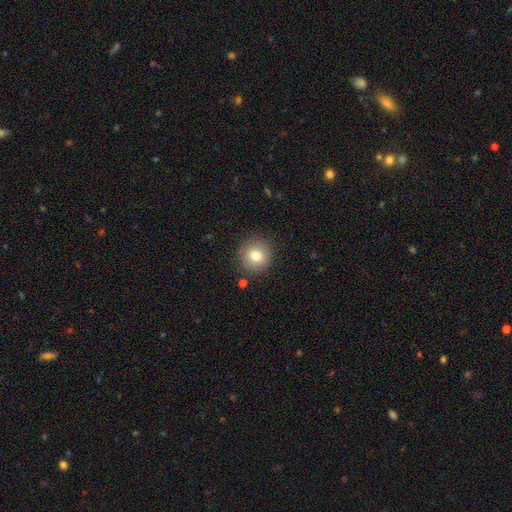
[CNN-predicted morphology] smooth_or_featured: smooth (p=0.80) [alt: star or artifact p=0.10]
how_rounded: round (p=0.93) [alt: in between p=0.06]
merging: none (p=0.88) [alt: minor disturbance p=0.08]